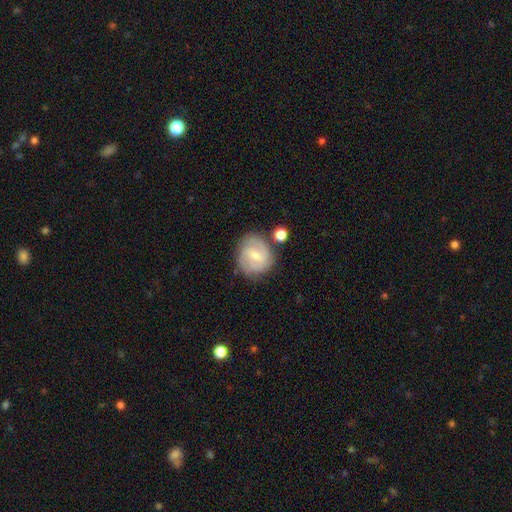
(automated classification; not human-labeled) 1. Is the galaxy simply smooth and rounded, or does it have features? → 58% featured or disk, 35% smooth, 7% star or artifact.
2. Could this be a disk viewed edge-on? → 97% no, 3% yes.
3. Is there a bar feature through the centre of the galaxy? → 59% weak, 27% no, 15% strong.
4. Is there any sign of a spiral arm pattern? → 84% yes, 16% no.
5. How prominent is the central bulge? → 60% small, 35% moderate, 3% none, 2% large, 1% dominant.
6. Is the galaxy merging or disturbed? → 72% none, 16% minor disturbance, 7% merger, 5% major disturbance.